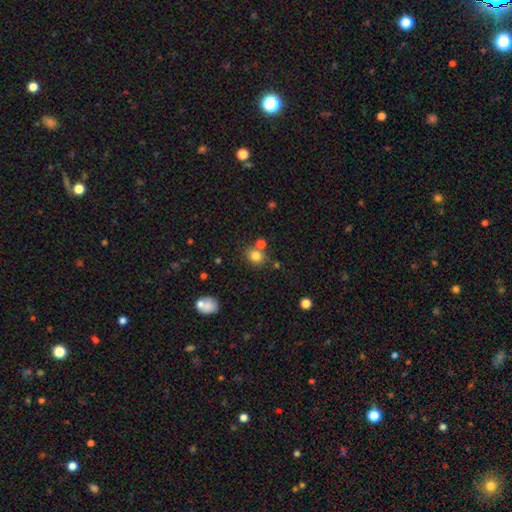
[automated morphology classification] smooth_or_featured: smooth (p=0.80) [alt: star or artifact p=0.13]
how_rounded: round (p=0.69) [alt: in between p=0.30]
merging: none (p=0.68) [alt: merger p=0.18]